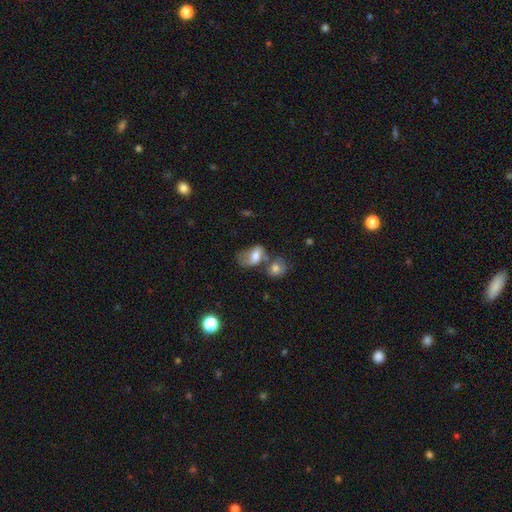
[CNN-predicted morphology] smooth 57%, featured or disk 33%, star or artifact 10%. Down the decision tree: how rounded — in between (82%); merging — merger (42%).